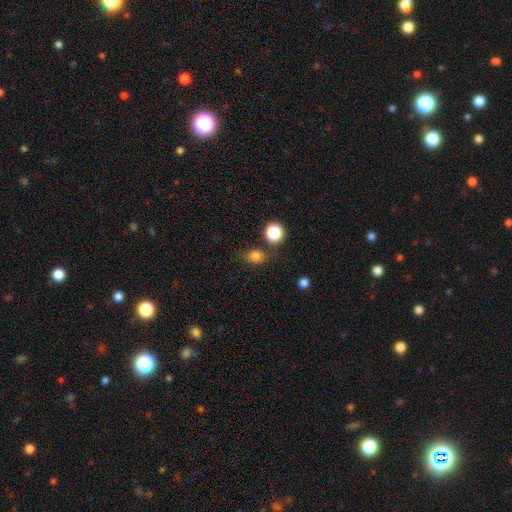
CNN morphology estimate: smooth-or-featured: smooth: 81% | star or artifact: 14% | featured or disk: 6%
  how-rounded: round: 54% | in between: 44% | cigar-shaped: 2%
  merging: none: 67% | minor disturbance: 17% | merger: 10% | major disturbance: 6%